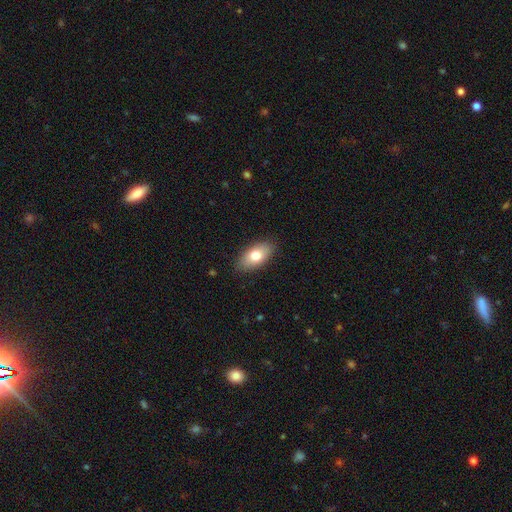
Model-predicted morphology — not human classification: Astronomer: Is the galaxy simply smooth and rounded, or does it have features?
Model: smooth — 77%.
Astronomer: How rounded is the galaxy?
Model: in between — 91%.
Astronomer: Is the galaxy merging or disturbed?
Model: none — 87%.